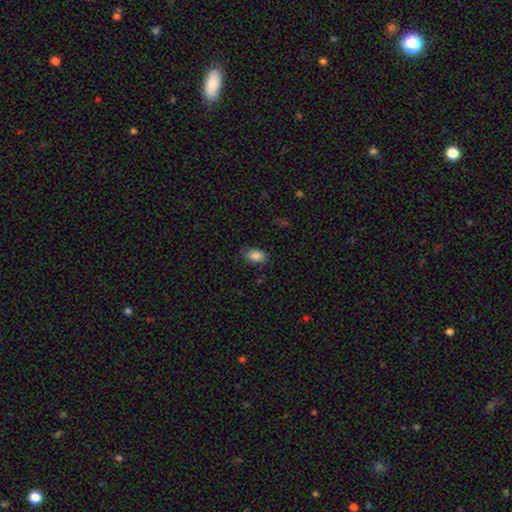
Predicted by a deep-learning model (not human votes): A smooth galaxy with no disk features (87%) that is in between round and cigar-shaped (86%).

Vote fractions:
- Smooth or featured? smooth: 87% / star or artifact: 9% / featured or disk: 4%
- How rounded? in between: 86% / round: 12% / cigar-shaped: 1%
- Merging? none: 78% / minor disturbance: 17% / major disturbance: 4% / merger: 1%